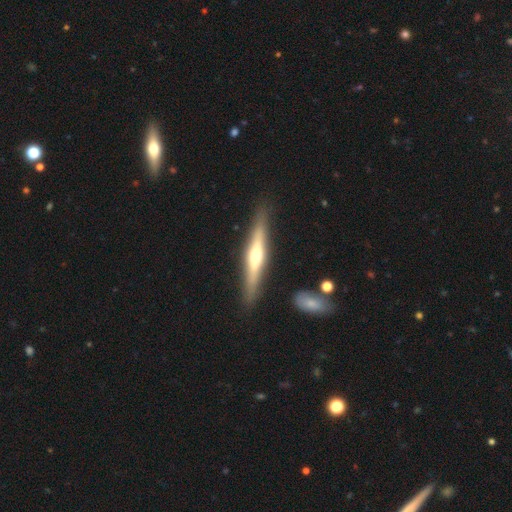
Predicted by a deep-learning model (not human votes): Q: Smooth or featured?
A: featured or disk (67%); runner-up: smooth (28%)
Q: Edge-on disk?
A: yes (96%); runner-up: no (4%)
Q: Edge-on bulge?
A: rounded (85%); runner-up: none (9%)
Q: Merging?
A: none (88%); runner-up: minor disturbance (9%)